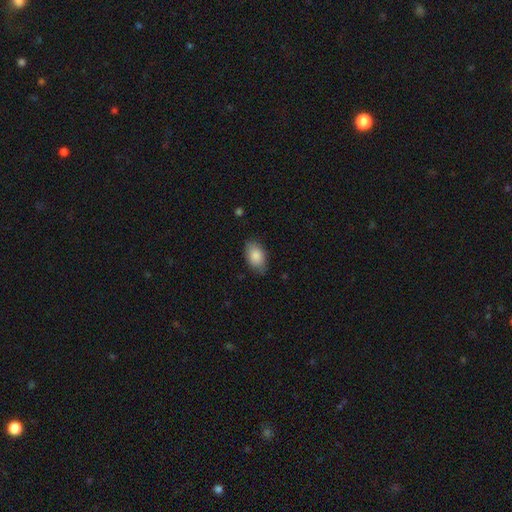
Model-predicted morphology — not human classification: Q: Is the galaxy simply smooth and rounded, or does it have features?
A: smooth — 87%.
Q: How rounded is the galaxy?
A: in between — 90%.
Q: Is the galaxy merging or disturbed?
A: none — 79%.